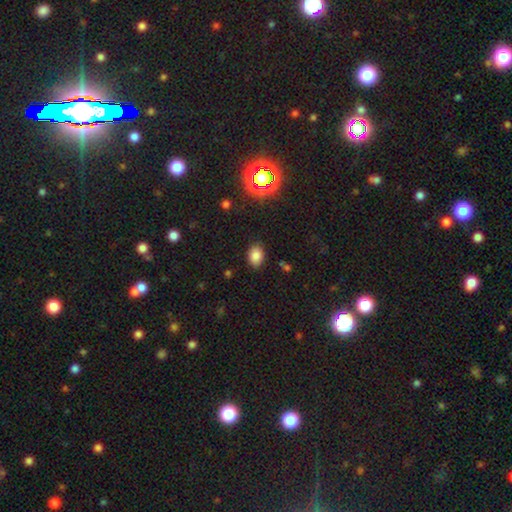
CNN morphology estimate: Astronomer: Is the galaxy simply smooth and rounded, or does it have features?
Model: smooth — 81%.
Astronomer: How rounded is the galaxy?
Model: in between — 73%.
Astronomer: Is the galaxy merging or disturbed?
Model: none — 85%.